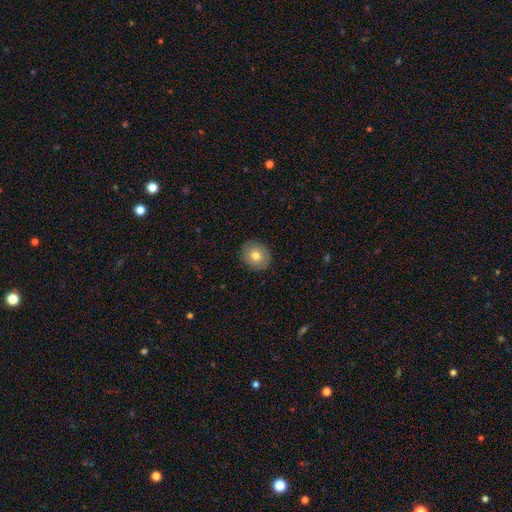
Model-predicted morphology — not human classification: Smooth or featured?
  - smooth: 70% *
  - featured or disk: 22%
  - star or artifact: 9%
How rounded?
  - round: 78% *
  - in between: 21%
  - cigar-shaped: 1%
Merging?
  - none: 88% *
  - minor disturbance: 9%
  - major disturbance: 2%
  - merger: 1%